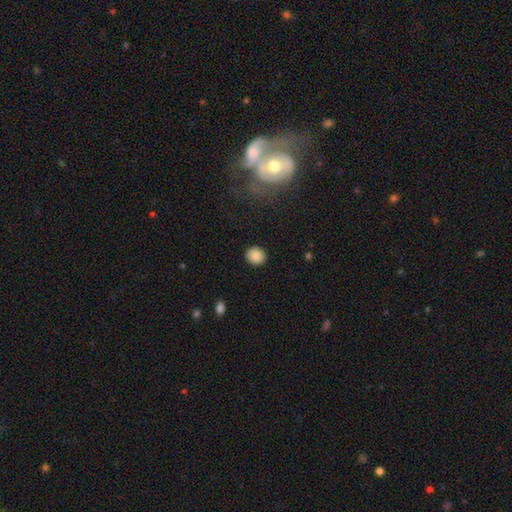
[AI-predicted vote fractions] Morphology: type=smooth (88%); roundness=round (75%); merging=none (90%).